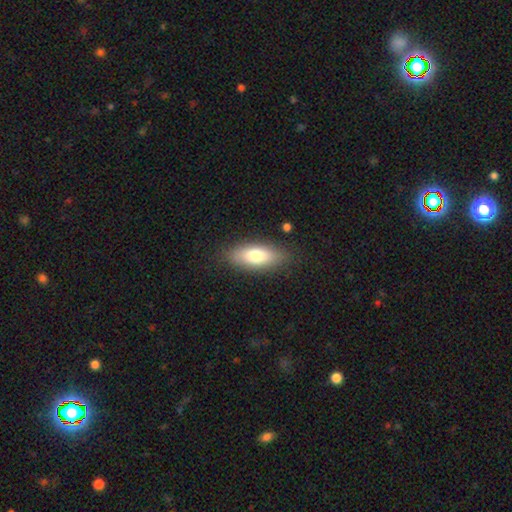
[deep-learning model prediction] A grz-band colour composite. It shows a smooth galaxy with no disk features (76%) that is in between round and cigar-shaped (77%). Merging: none (83%).